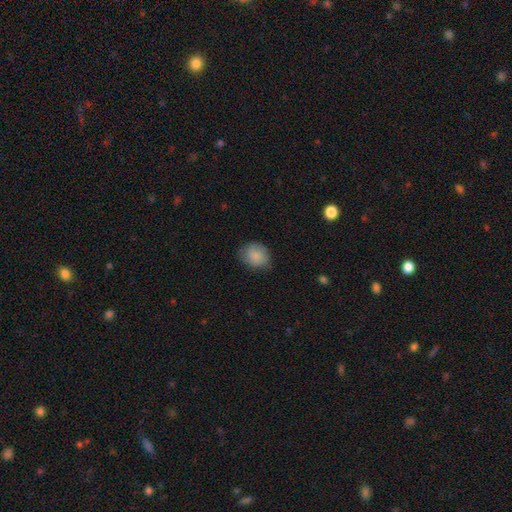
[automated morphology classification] This is clearly a smooth galaxy (85%). How rounded: possibly round (60%). Merging: likely none (72%).